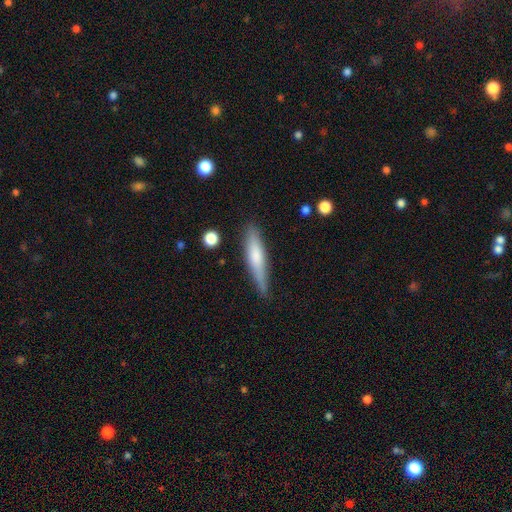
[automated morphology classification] A smooth galaxy with no disk features (51%) that is cigar-shaped (87%).

Vote fractions:
- Smooth or featured? smooth: 51% / featured or disk: 41% / star or artifact: 8%
- How rounded? cigar-shaped: 87% / in between: 11% / round: 2%
- Merging? none: 80% / minor disturbance: 15% / major disturbance: 3% / merger: 2%